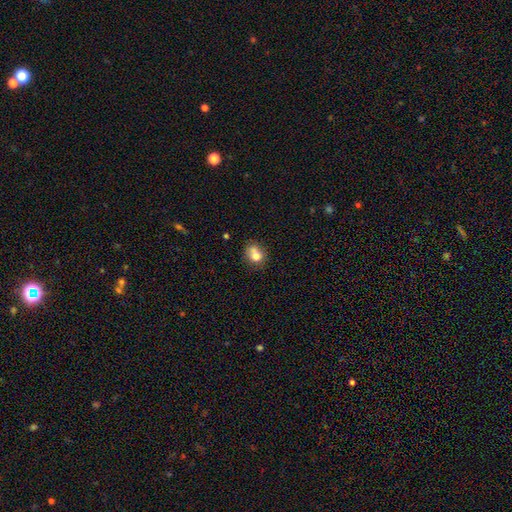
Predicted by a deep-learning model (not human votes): A smooth galaxy with no disk features (75%) that is round (59%). Merging: none (46%).